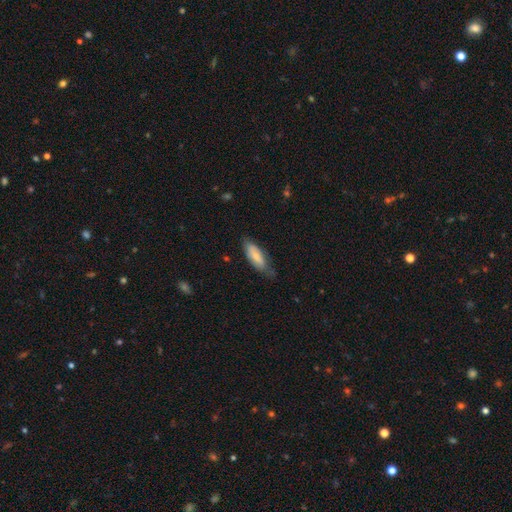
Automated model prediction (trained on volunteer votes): Smooth or featured: smooth — 74% (featured or disk — 20%)
How rounded: in between — 66% (cigar-shaped — 33%)
Merging: none — 59% (minor disturbance — 31%)